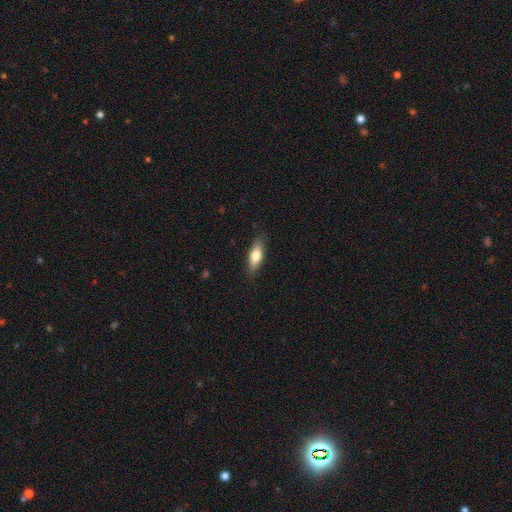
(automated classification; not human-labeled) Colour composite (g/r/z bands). It shows a smooth galaxy with no disk features (70%) that is in between round and cigar-shaped (60%). Merging: none (85%).